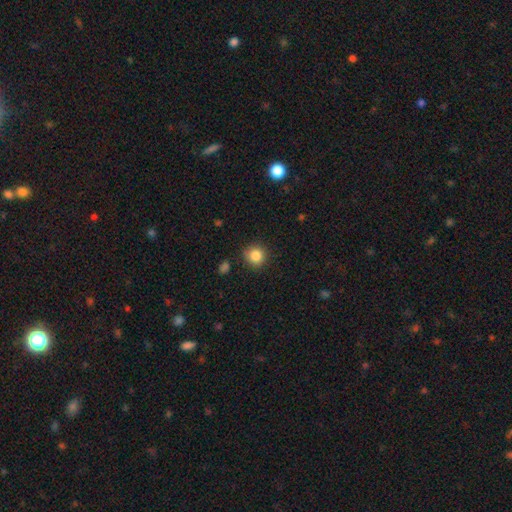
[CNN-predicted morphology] smooth_or_featured: smooth (p=0.85) [alt: star or artifact p=0.11]
how_rounded: round (p=0.92) [alt: in between p=0.07]
merging: none (p=0.86) [alt: minor disturbance p=0.09]